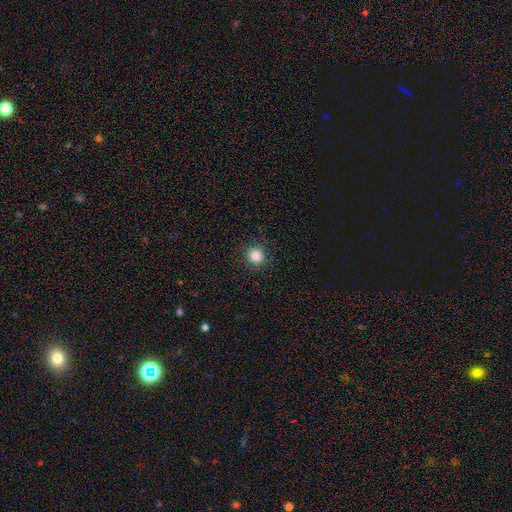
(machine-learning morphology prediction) type=smooth (84%); roundness=round (94%); merging=none (90%).